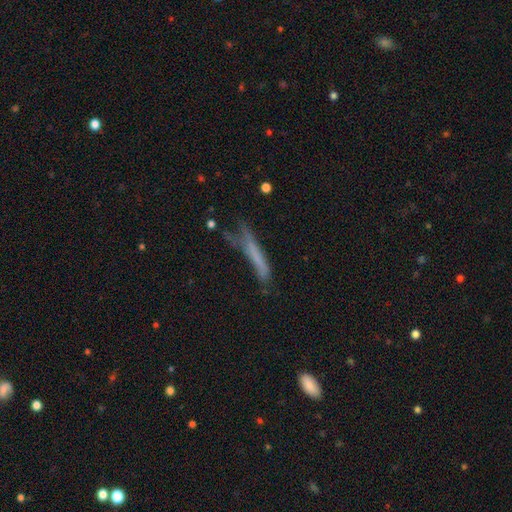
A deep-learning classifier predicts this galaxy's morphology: Q: Smooth or featured?
A: smooth (54%); runner-up: featured or disk (34%)
Q: How rounded?
A: cigar-shaped (91%); runner-up: in between (7%)
Q: Merging?
A: none (44%); runner-up: minor disturbance (26%)